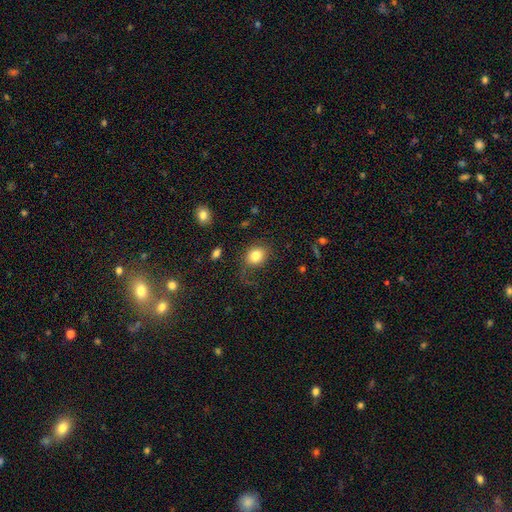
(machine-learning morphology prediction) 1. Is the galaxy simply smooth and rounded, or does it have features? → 82% smooth, 10% star or artifact, 8% featured or disk.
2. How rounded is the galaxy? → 58% round, 41% in between, 1% cigar-shaped.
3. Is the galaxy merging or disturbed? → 72% none, 16% minor disturbance, 10% major disturbance, 2% merger.